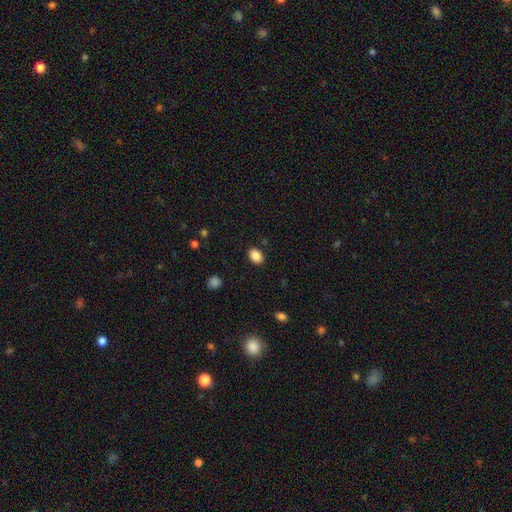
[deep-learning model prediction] The model was most divided on "how rounded": in between: 75%, round: 24%, cigar-shaped: 1%. More confident: merging — none (88%); smooth or featured — smooth (87%).